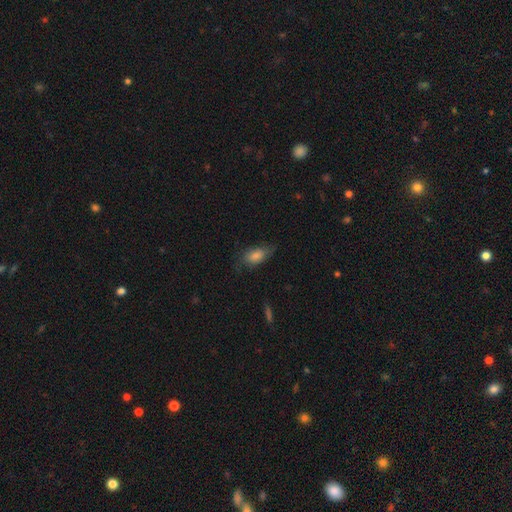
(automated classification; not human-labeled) Smooth or featured?
  - smooth: 70% *
  - featured or disk: 19%
  - star or artifact: 10%
How rounded?
  - in between: 84% *
  - round: 9%
  - cigar-shaped: 7%
Merging?
  - none: 61% *
  - minor disturbance: 27%
  - major disturbance: 11%
  - merger: 1%